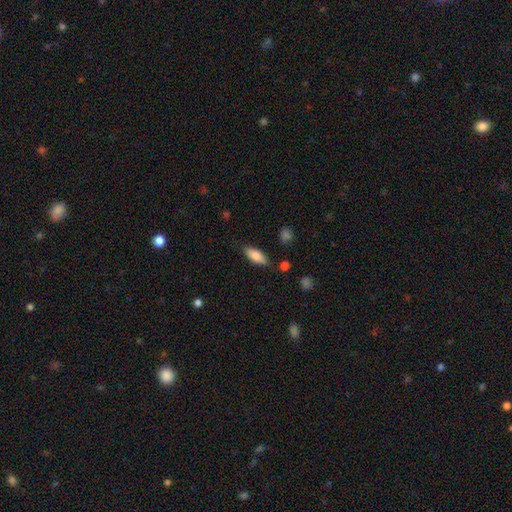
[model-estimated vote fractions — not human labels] This is clearly a smooth galaxy (81%). How rounded: likely in between (72%). Merging: clearly none (82%).